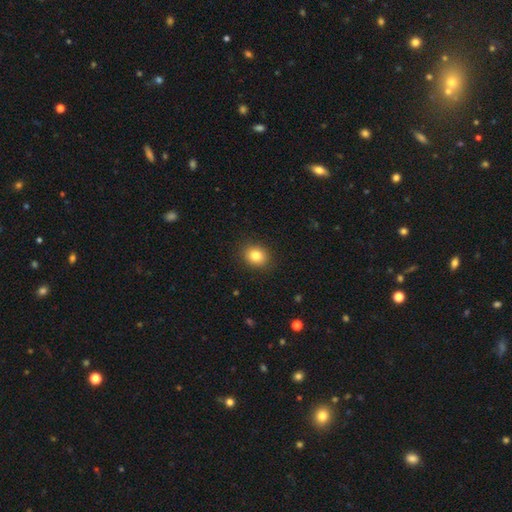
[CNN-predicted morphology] This appears to be a smooth galaxy with no disk features (82%) that is round (61%). Merging: none (89%).